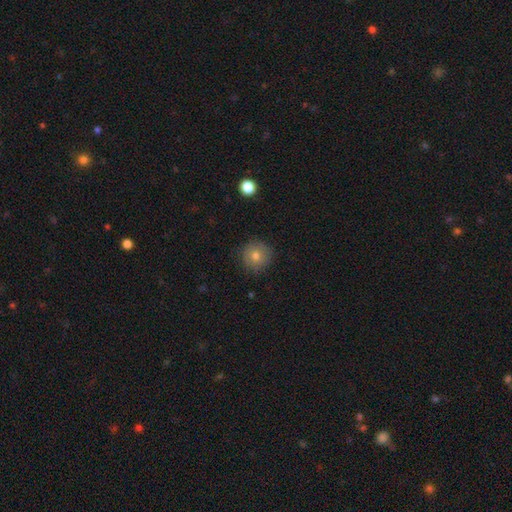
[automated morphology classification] Q: Smooth or featured?
A: smooth (73%); runner-up: featured or disk (15%)
Q: How rounded?
A: round (95%); runner-up: in between (4%)
Q: Merging?
A: none (87%); runner-up: minor disturbance (10%)